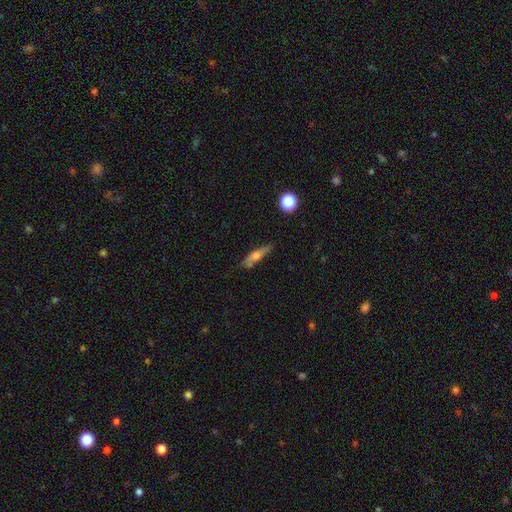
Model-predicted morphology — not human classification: This is possibly a smooth galaxy (51%). How rounded: likely cigar-shaped (75%). Merging: likely none (75%).